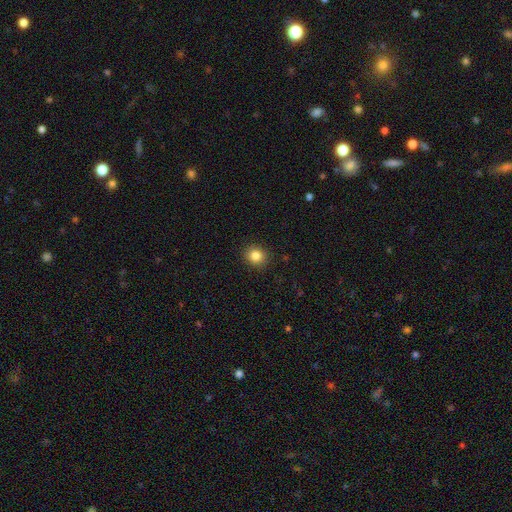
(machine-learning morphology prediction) smooth 85%, star or artifact 11%, featured or disk 5%. Down the decision tree: how rounded — round (83%); merging — none (91%).